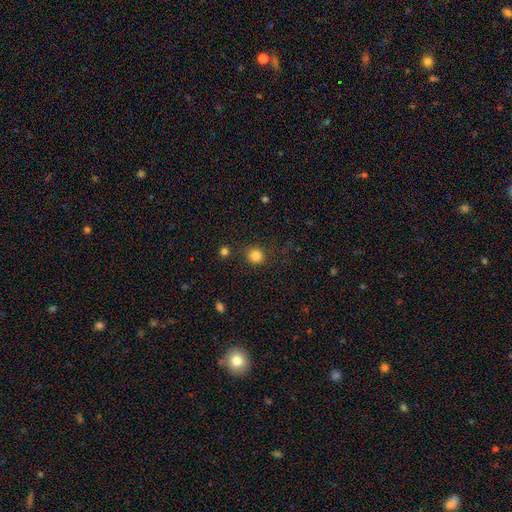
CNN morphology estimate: This is clearly a smooth galaxy (84%). How rounded: clearly round (90%). Merging: clearly none (85%).